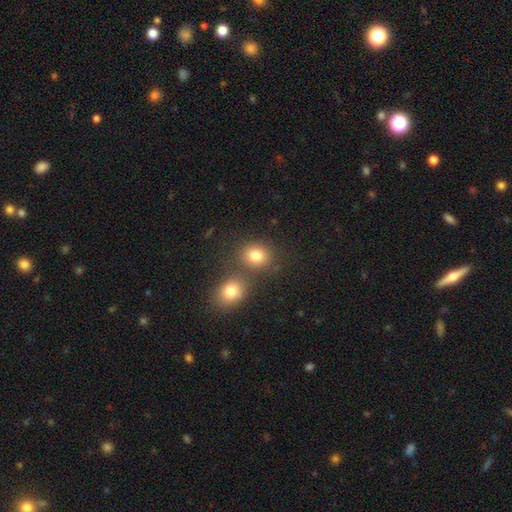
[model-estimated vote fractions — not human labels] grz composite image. It shows a smooth galaxy with no disk features (81%) that is round (67%). Merging: none (62%).